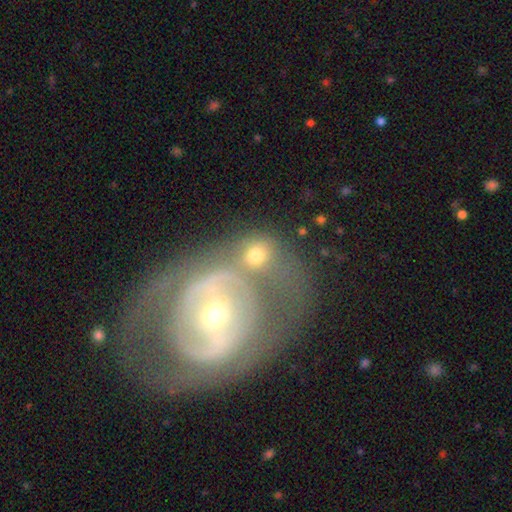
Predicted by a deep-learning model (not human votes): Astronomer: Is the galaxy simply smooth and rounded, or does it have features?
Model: smooth — 53% (runner-up: featured or disk, 31%).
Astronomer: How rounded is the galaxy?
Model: round — 67%.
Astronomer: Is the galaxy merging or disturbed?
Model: merger — 43% (runner-up: none, 35%).